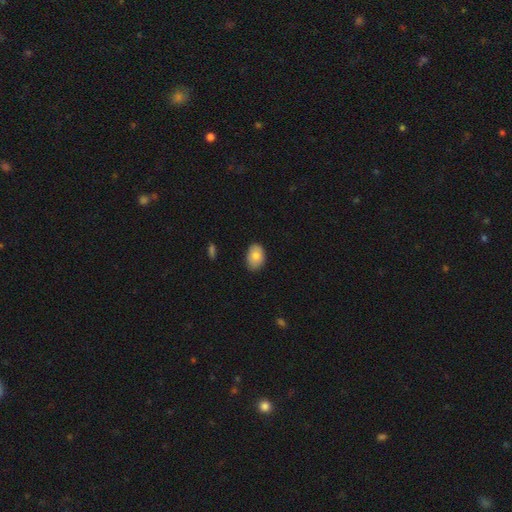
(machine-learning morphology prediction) Overall: smooth (82%). How rounded: in between (85%). Merging: none (83%).